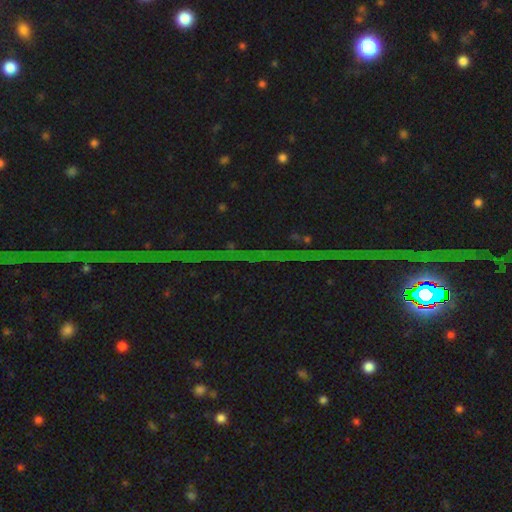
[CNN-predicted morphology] The model was most divided on "smooth or featured": star or artifact: 85%, featured or disk: 9%, smooth: 6%.